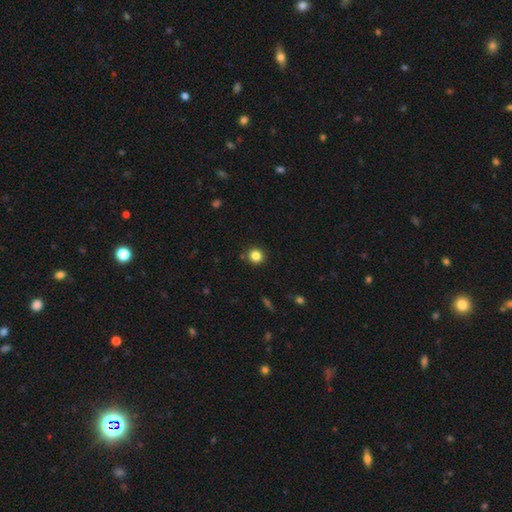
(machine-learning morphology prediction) Overall: smooth (83%). How rounded: round (92%). Merging: none (89%).